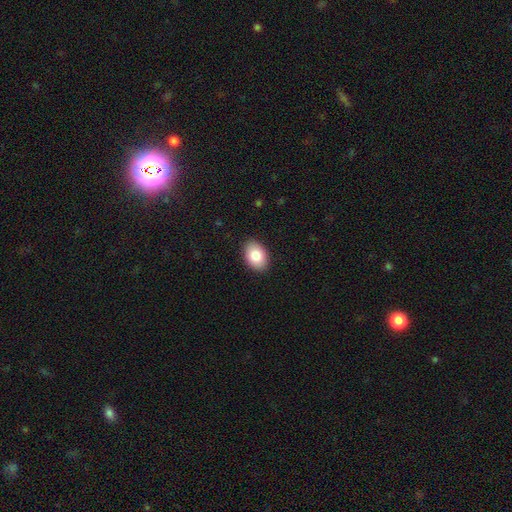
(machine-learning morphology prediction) smooth_or_featured: smooth (p=0.84) [alt: featured or disk p=0.09]
how_rounded: in between (p=0.86) [alt: round p=0.13]
merging: none (p=0.89) [alt: minor disturbance p=0.08]